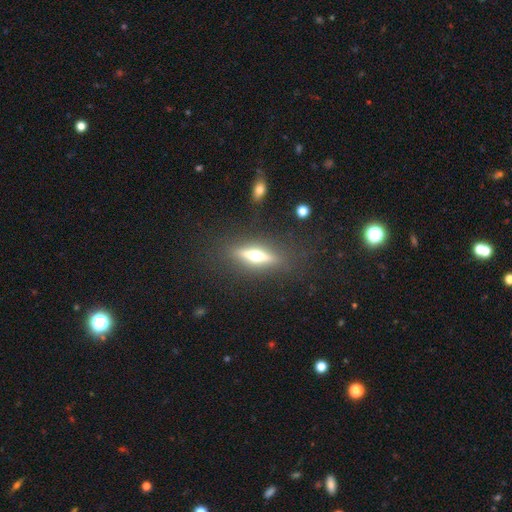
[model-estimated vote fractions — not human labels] This appears to be a featured or disk galaxy (63%) viewed edge-on (92%) with a rounded central bulge (94%). Merging: none (85%).